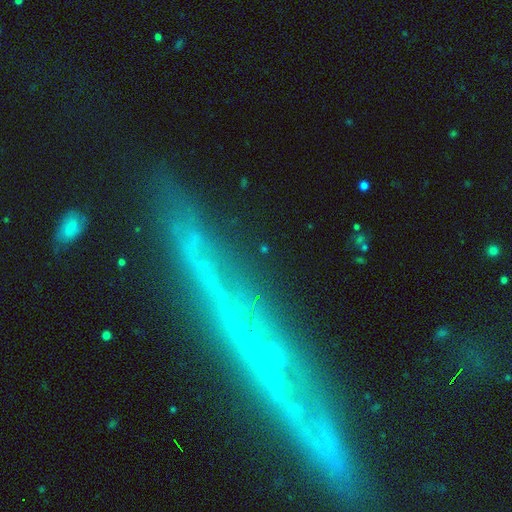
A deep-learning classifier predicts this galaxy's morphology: This appears to be a featured or disk galaxy (66%) viewed edge-on (87%) with no central bulge (72%). Merging: none (80%).